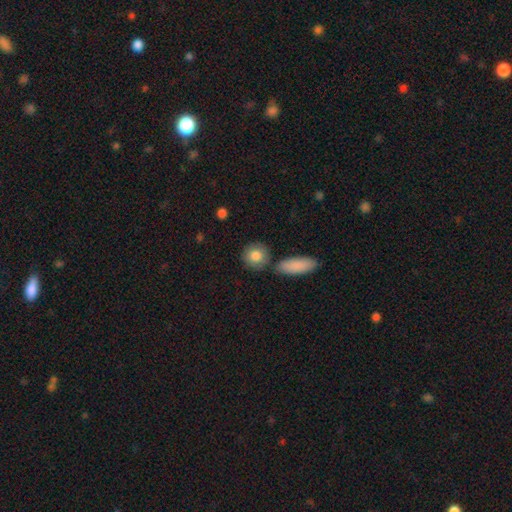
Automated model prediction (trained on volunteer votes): Smooth or featured: smooth — 84% (featured or disk — 9%)
How rounded: round — 81% (in between — 17%)
Merging: none — 76% (minor disturbance — 11%)